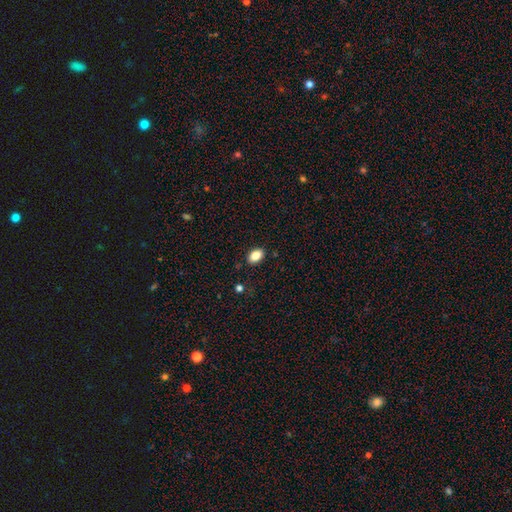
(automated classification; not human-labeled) A smooth galaxy with no disk features (85%) that is in between round and cigar-shaped (86%). Merging: none (87%).